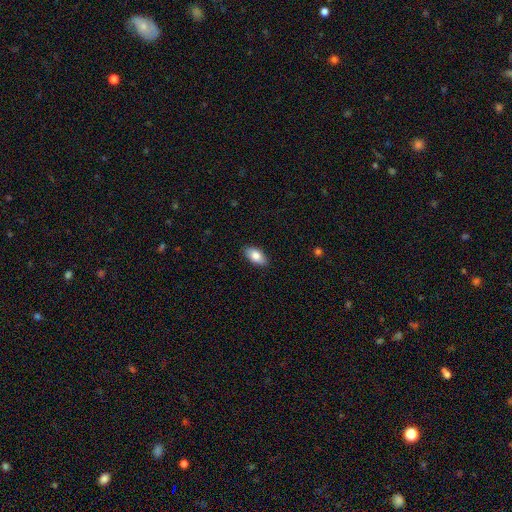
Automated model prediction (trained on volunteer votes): Smooth or featured? smooth (82%)
How rounded? in between (92%)
Merging? none (89%)